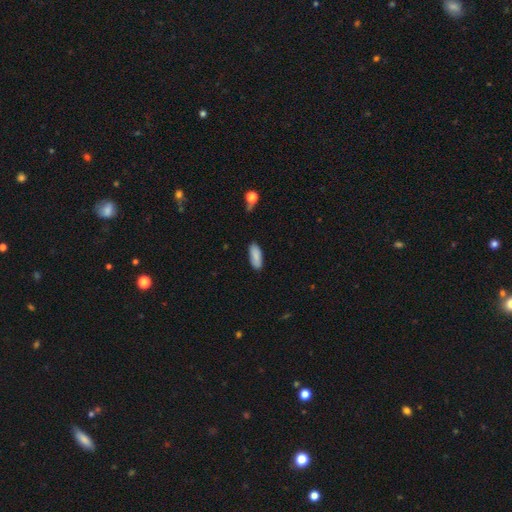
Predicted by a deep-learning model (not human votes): Smooth or featured? Predicted: smooth (p=0.85). How rounded? Predicted: in between (p=0.75). Merging? Predicted: none (p=0.82).